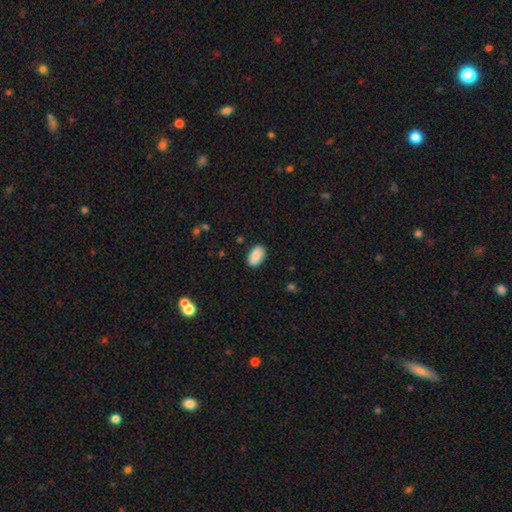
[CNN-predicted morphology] smooth_or_featured: smooth (p=0.86) [alt: star or artifact p=0.07]
how_rounded: in between (p=0.92) [alt: round p=0.07]
merging: none (p=0.84) [alt: minor disturbance p=0.12]